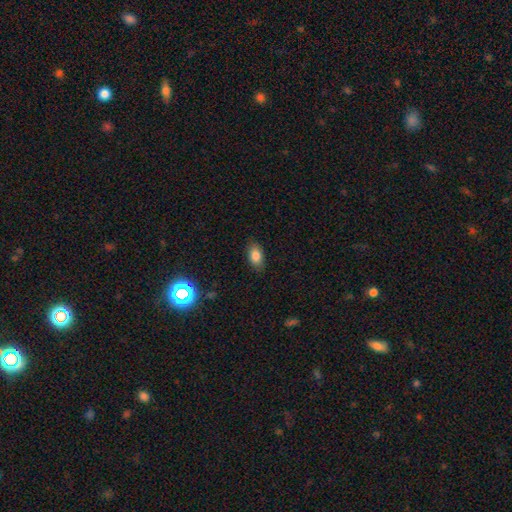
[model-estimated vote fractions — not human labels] Smooth or featured: smooth — 82% (star or artifact — 9%)
How rounded: in between — 89% (round — 7%)
Merging: none — 86% (minor disturbance — 10%)